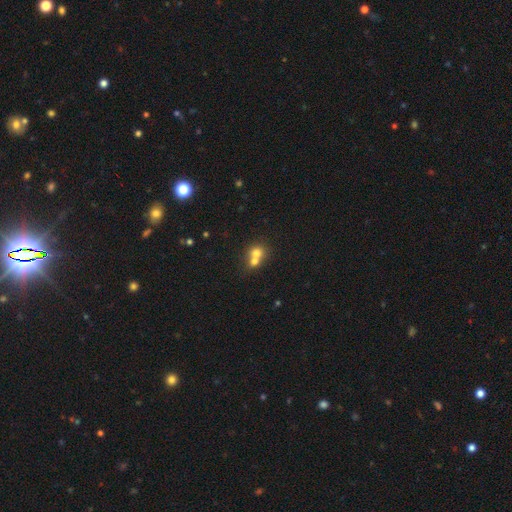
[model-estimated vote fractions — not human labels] The model was most divided on "merging": merger: 68%, none: 25%, minor disturbance: 5%, major disturbance: 2%. More confident: how rounded — round (76%); smooth or featured — smooth (70%).